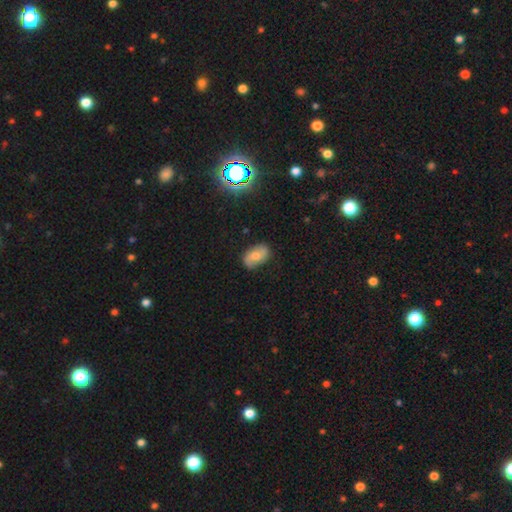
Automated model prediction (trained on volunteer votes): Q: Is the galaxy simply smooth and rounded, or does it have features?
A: smooth — 54%.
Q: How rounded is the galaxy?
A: in between — 87%.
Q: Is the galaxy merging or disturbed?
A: none — 75%.